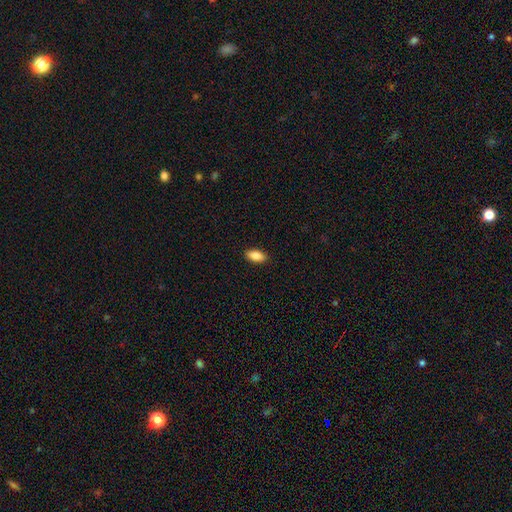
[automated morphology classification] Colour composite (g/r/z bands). It shows a smooth galaxy with no disk features (87%) that is in between round and cigar-shaped (89%). Merging: none (90%).